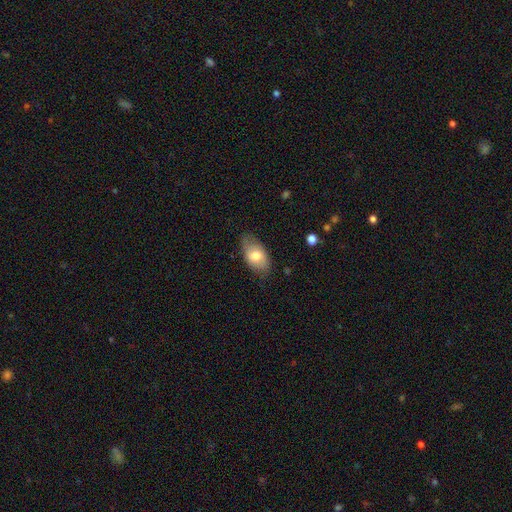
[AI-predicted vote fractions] Overall: smooth (69%). How rounded: in between (92%). Merging: none (75%).